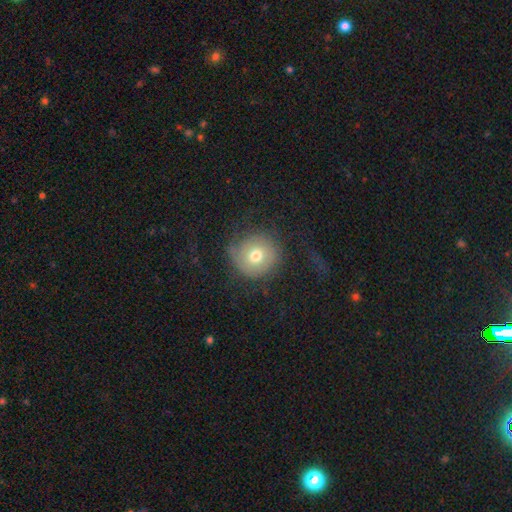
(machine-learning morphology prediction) smooth-or-featured: smooth: 61% | featured or disk: 28% | star or artifact: 11%
  how-rounded: round: 90% | in between: 9% | cigar-shaped: 1%
  merging: none: 62% | minor disturbance: 19% | major disturbance: 18% | merger: 2%